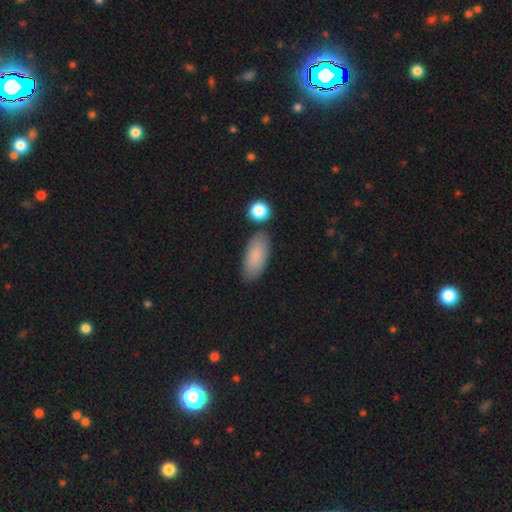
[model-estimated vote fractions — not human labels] The model was most divided on "merging": none: 78%, minor disturbance: 13%, merger: 6%, major disturbance: 3%. More confident: how rounded — in between (89%); smooth or featured — smooth (86%).